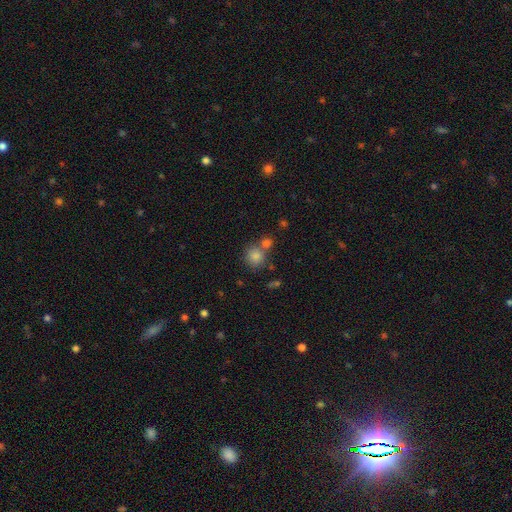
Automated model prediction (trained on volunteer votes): A smooth galaxy with no disk features (82%) that is round (85%).

Vote fractions:
- Smooth or featured? smooth: 82% / star or artifact: 11% / featured or disk: 7%
- How rounded? round: 85% / in between: 14% / cigar-shaped: 1%
- Merging? none: 58% / merger: 30% / minor disturbance: 9% / major disturbance: 3%